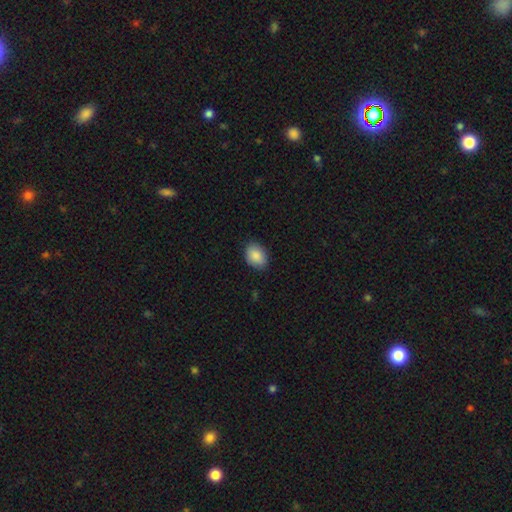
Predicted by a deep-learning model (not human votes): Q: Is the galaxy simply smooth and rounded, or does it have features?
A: smooth — 89%.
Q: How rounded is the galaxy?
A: in between — 77%.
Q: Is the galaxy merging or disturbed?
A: none — 85%.